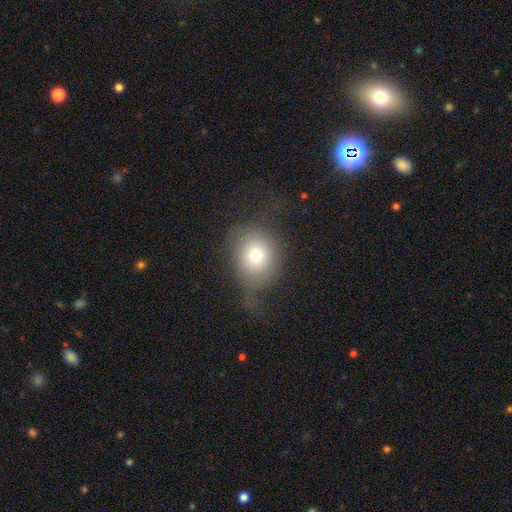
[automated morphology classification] This appears to be a smooth galaxy with no disk features (70%) that is round (72%). Merging: none (48%).